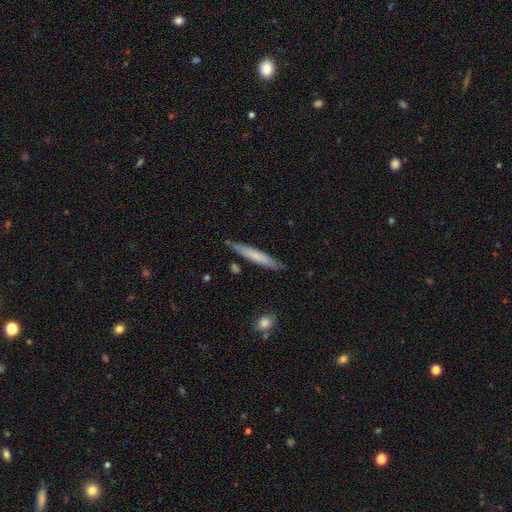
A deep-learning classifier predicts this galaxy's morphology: Q: Smooth or featured?
A: smooth (64%); runner-up: featured or disk (30%)
Q: How rounded?
A: cigar-shaped (94%); runner-up: in between (5%)
Q: Merging?
A: none (85%); runner-up: minor disturbance (11%)